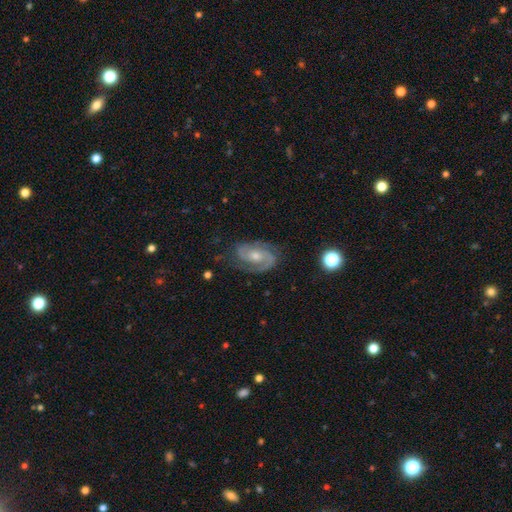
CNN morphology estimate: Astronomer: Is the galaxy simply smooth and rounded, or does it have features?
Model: featured or disk — 89%.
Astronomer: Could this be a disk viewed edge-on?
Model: no — 97%.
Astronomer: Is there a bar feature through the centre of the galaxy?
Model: no — 55% (runner-up: weak, 35%).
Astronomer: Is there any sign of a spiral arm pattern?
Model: yes — 98%.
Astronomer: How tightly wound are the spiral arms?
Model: medium — 48% (runner-up: tight, 42%).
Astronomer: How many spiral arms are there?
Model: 2 — 90%.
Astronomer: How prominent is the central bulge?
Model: moderate — 55% (runner-up: small, 40%).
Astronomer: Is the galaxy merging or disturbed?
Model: none — 79%.